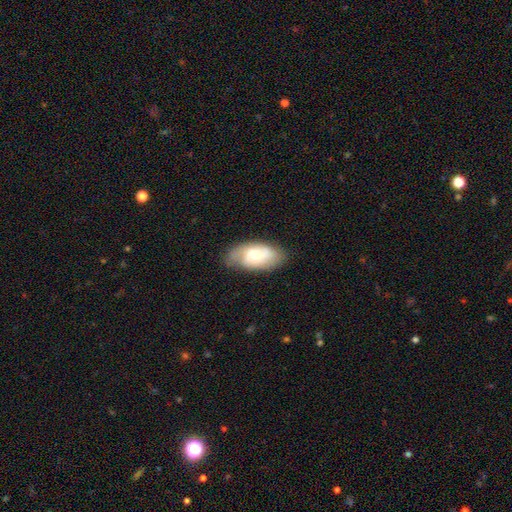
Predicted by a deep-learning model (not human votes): Smooth or featured: smooth — 47% (featured or disk — 46%)
Merging: none — 71% (minor disturbance — 22%)